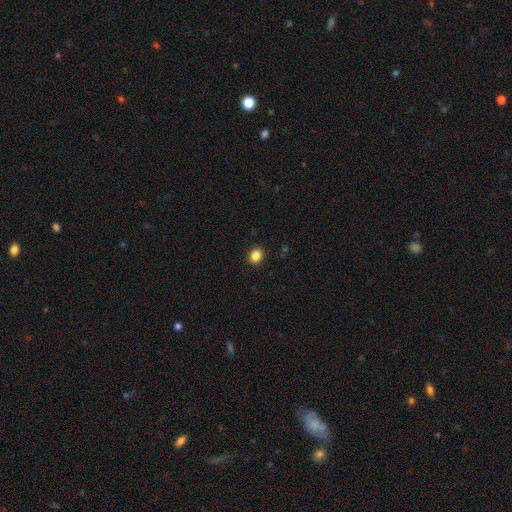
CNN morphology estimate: The model was most divided on "how rounded": round: 71%, in between: 28%, cigar-shaped: 1%. More confident: merging — none (91%); smooth or featured — smooth (86%).